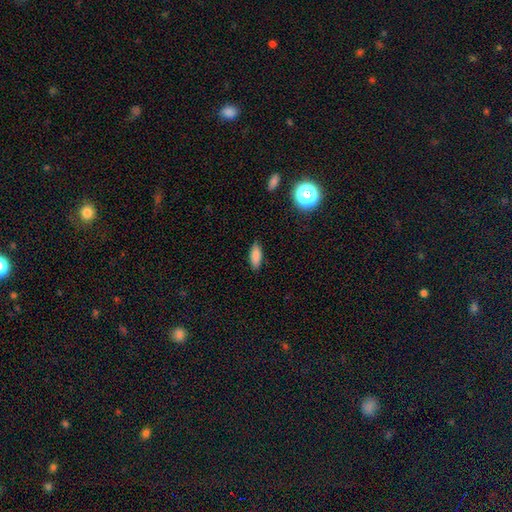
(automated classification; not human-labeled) Q: Smooth or featured?
A: smooth (85%); runner-up: star or artifact (8%)
Q: How rounded?
A: in between (76%); runner-up: cigar-shaped (22%)
Q: Merging?
A: none (85%); runner-up: minor disturbance (11%)